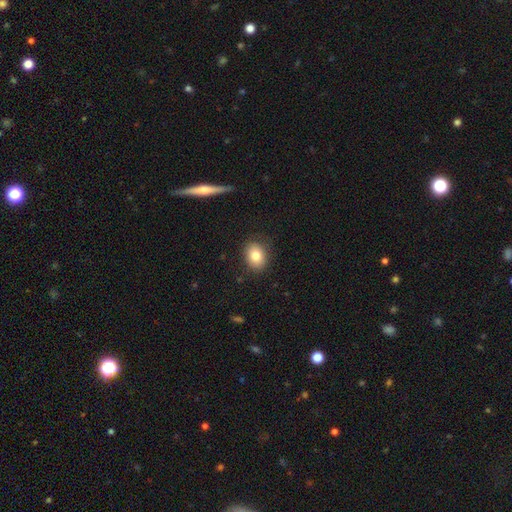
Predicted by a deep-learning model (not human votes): smooth-or-featured: smooth: 81% | featured or disk: 10% | star or artifact: 9%
  how-rounded: in between: 59% | round: 40% | cigar-shaped: 1%
  merging: none: 86% | minor disturbance: 10% | major disturbance: 3% | merger: 1%